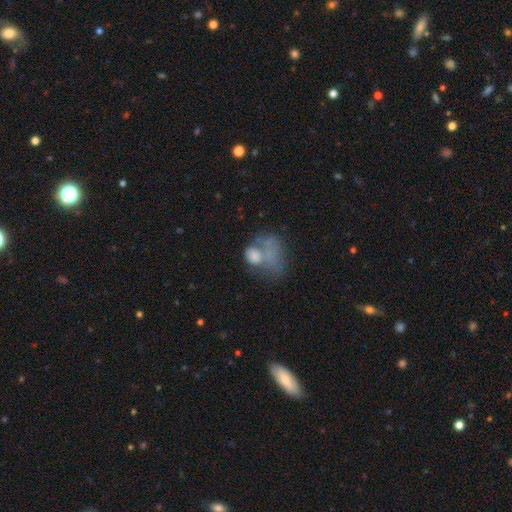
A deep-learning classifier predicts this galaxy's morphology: The model was most divided on "merging": major disturbance: 35%, merger: 29%, none: 22%, minor disturbance: 15%. More confident: how rounded — in between (68%); smooth or featured — smooth (54%).